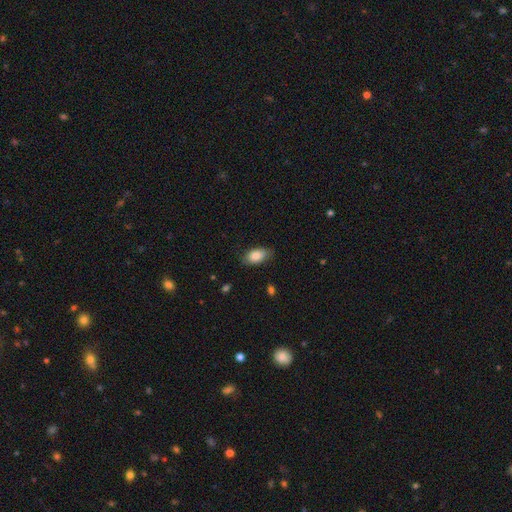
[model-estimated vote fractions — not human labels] This is clearly a smooth galaxy (84%). How rounded: clearly in between (92%). Merging: likely none (79%).